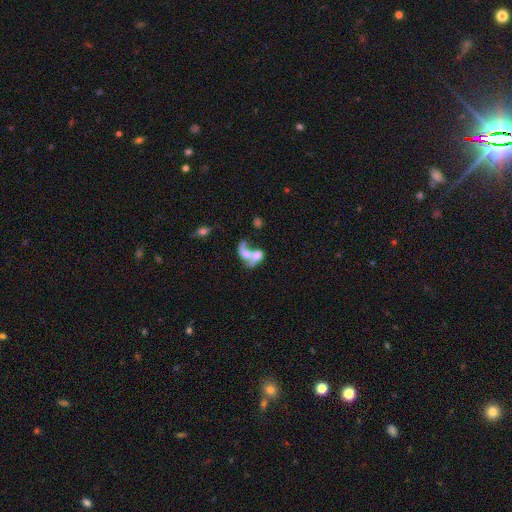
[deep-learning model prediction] Overall: smooth (46%; featured or disk 44%). Merging: merger (75%).